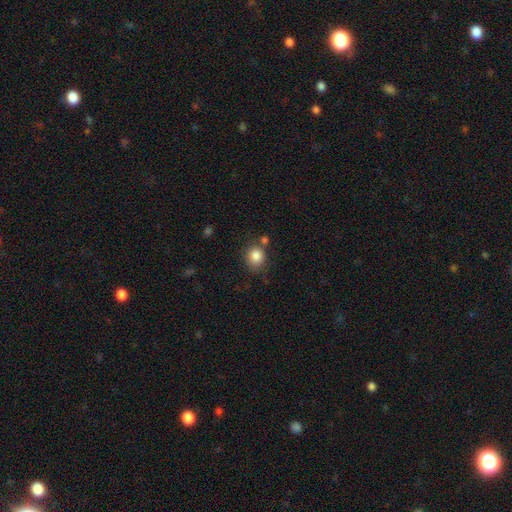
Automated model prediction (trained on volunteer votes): smooth 85%, star or artifact 10%, featured or disk 6%. Down the decision tree: how rounded — round (77%); merging — none (71%).